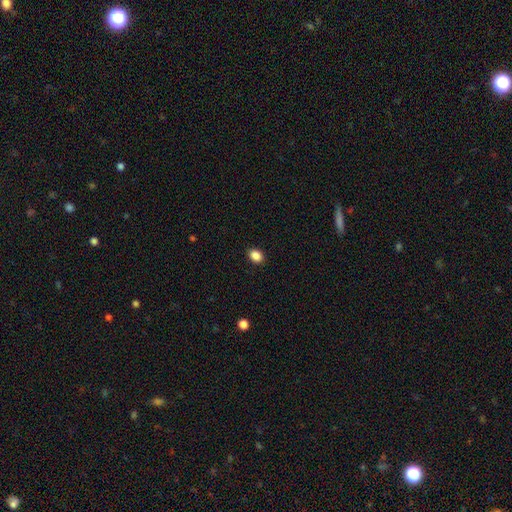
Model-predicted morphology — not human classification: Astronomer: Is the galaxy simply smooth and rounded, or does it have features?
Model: smooth — 87%.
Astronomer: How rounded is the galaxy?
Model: in between — 66%.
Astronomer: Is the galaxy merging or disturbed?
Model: none — 89%.